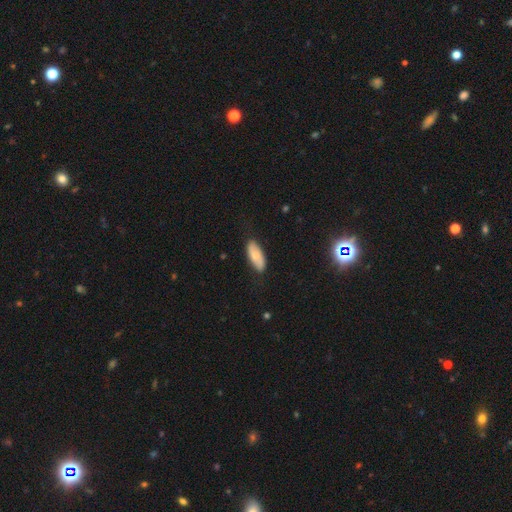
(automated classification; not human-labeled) Smooth or featured?
  - smooth: 64% *
  - featured or disk: 31%
  - star or artifact: 6%
How rounded?
  - in between: 83% *
  - cigar-shaped: 14%
  - round: 2%
Merging?
  - none: 81% *
  - minor disturbance: 15%
  - major disturbance: 3%
  - merger: 1%